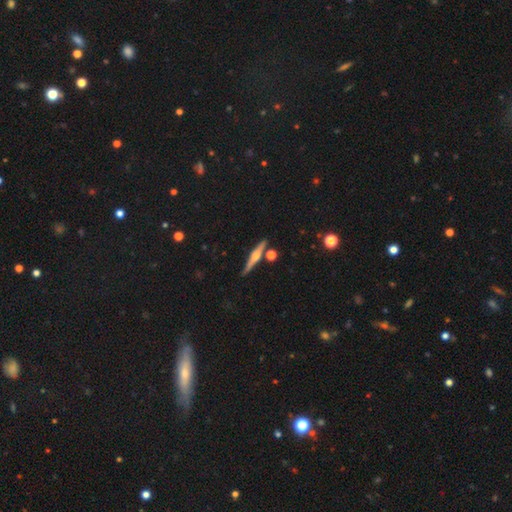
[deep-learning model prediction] smooth_or_featured: featured or disk (p=0.70) [alt: smooth p=0.23]
disk_edge_on: yes (p=0.98) [alt: no p=0.02]
edge_on_bulge: rounded (p=0.88) [alt: boxy p=0.07]
merging: none (p=0.83) [alt: minor disturbance p=0.09]